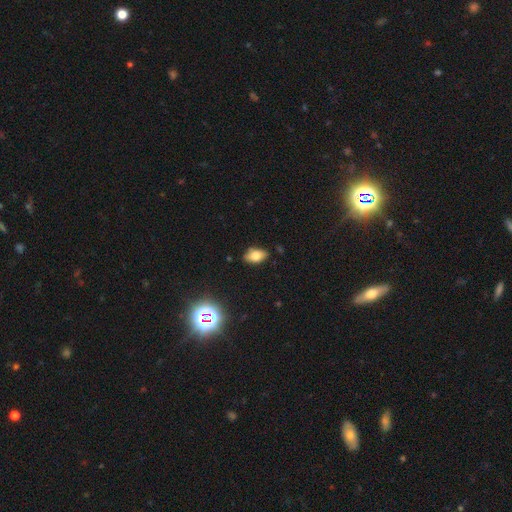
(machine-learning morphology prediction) A smooth galaxy with no disk features (72%) that is in between round and cigar-shaped (89%).

Vote fractions:
- Smooth or featured? smooth: 72% / featured or disk: 16% / star or artifact: 12%
- How rounded? in between: 89% / round: 7% / cigar-shaped: 3%
- Merging? none: 82% / minor disturbance: 14% / major disturbance: 2% / merger: 1%